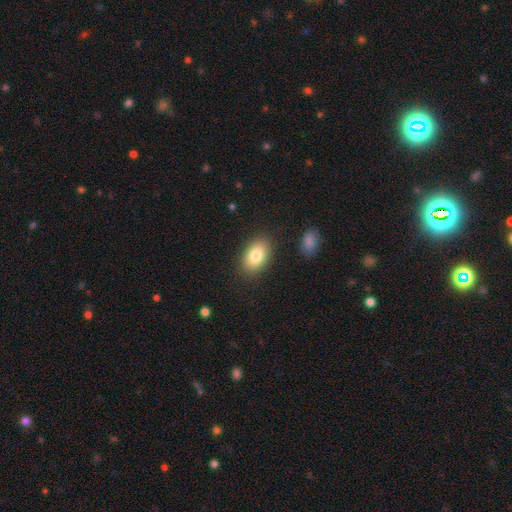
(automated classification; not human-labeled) Overall: smooth (82%). How rounded: in between (89%). Merging: none (86%).